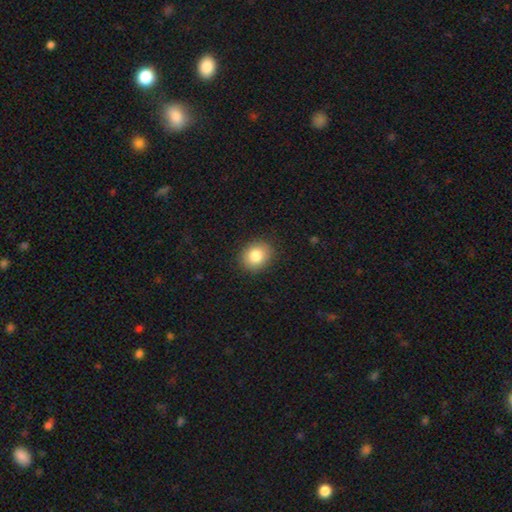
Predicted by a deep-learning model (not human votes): A smooth galaxy with no disk features (84%) that is round (63%).

Vote fractions:
- Smooth or featured? smooth: 84% / star or artifact: 9% / featured or disk: 7%
- How rounded? round: 63% / in between: 36% / cigar-shaped: 1%
- Merging? none: 89% / minor disturbance: 8% / major disturbance: 2% / merger: 1%